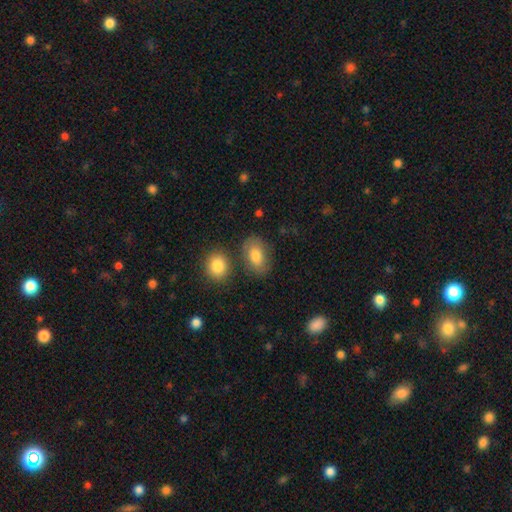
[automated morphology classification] Q: Smooth or featured?
A: smooth (77%); runner-up: featured or disk (15%)
Q: How rounded?
A: in between (84%); runner-up: round (15%)
Q: Merging?
A: none (71%); runner-up: minor disturbance (15%)